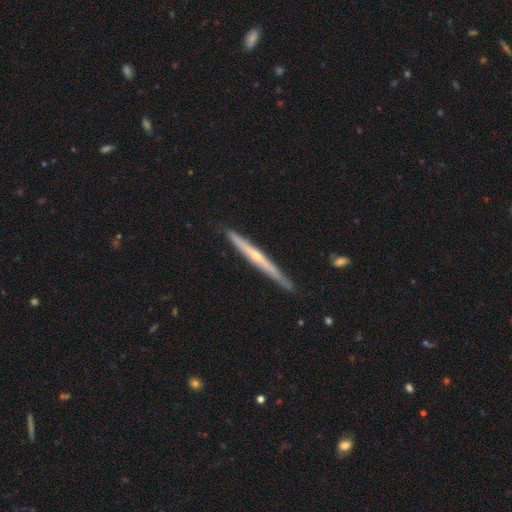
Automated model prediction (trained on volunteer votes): Smooth or featured? Predicted: featured or disk (p=0.70). Edge-on disk? Predicted: yes (p=0.97). Edge-on bulge? Predicted: rounded (p=0.63). Merging? Predicted: none (p=0.87).